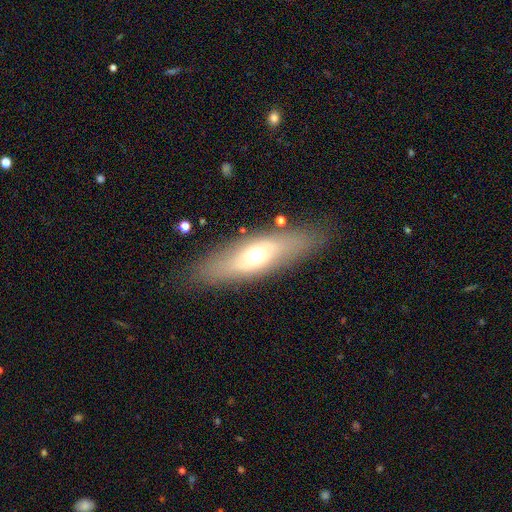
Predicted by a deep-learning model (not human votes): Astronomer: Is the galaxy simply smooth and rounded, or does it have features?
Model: smooth — 53% (runner-up: featured or disk, 39%).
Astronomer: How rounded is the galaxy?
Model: in between — 57% (runner-up: cigar-shaped, 38%).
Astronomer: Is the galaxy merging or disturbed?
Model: none — 82%.